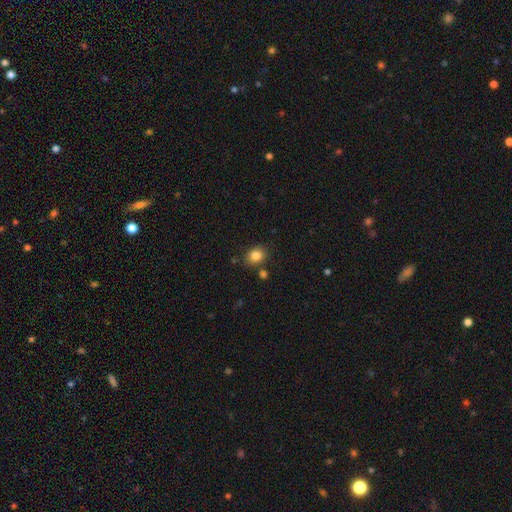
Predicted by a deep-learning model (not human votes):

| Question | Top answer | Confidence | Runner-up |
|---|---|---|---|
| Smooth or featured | smooth | 83% | star or artifact (10%) |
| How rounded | in between | 50% | round (49%) |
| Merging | none | 79% | minor disturbance (12%) |